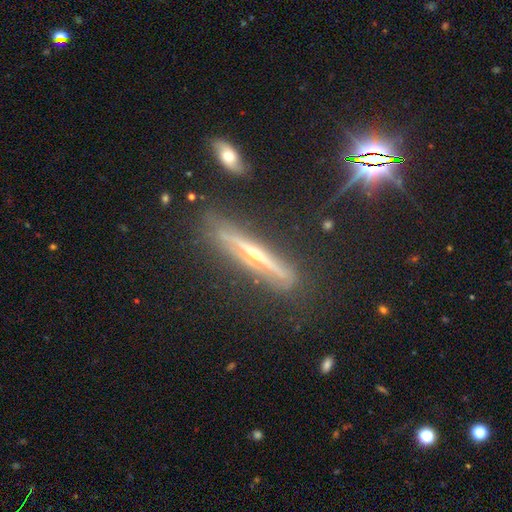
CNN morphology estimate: This is likely a featured or disk galaxy (75%). It is clearly viewed edge-on (93%). Edge-on bulge: clearly rounded (81%). Merging: likely none (77%).